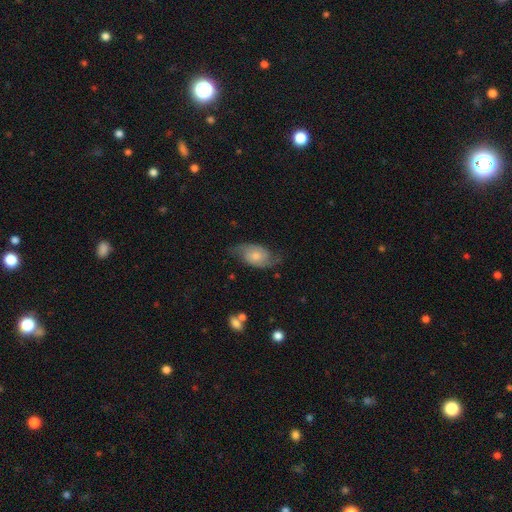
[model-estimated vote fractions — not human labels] Smooth or featured? featured or disk (69%)
Edge-on disk? no (95%)
Bar? no (71%)
Spiral arms? yes (92%)
Spiral winding? medium (41%)
Spiral arm count? 2 (88%)
Bulge size? moderate (45%)
Merging? none (66%)